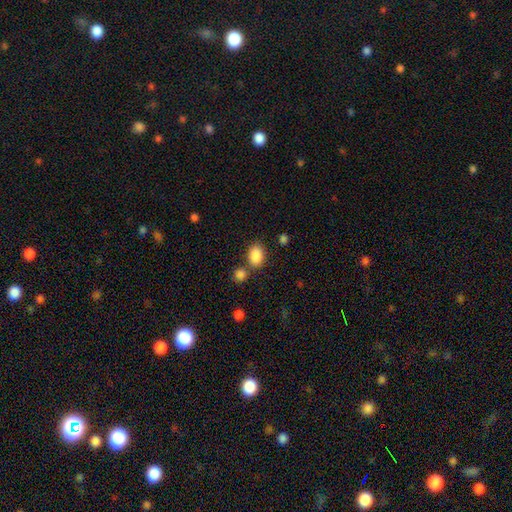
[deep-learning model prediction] Morphology: type=smooth (88%); roundness=in between (79%); merging=none (66%).